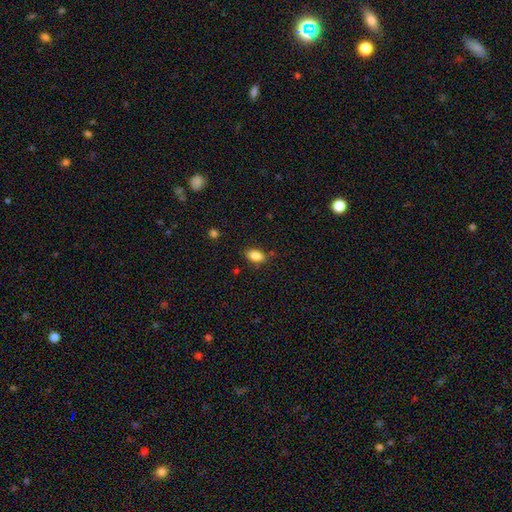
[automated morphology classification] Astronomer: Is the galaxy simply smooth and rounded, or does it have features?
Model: smooth — 86%.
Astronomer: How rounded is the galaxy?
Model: in between — 89%.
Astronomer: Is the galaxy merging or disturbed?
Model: none — 81%.